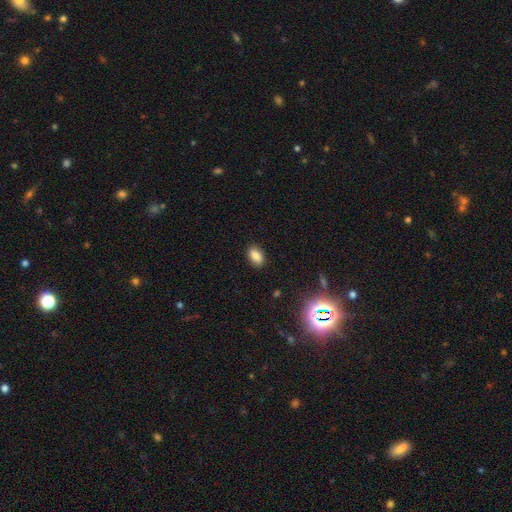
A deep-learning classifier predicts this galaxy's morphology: Overall: smooth (84%). How rounded: in between (87%). Merging: none (87%).